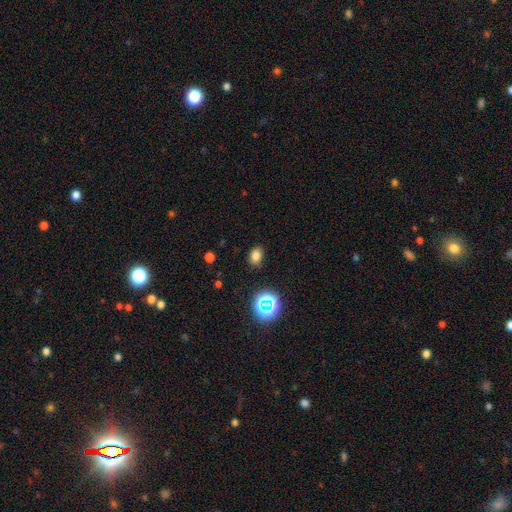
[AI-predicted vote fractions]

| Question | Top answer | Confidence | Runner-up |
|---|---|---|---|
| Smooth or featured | smooth | 77% | star or artifact (17%) |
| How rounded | in between | 75% | round (24%) |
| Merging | none | 85% | minor disturbance (10%) |